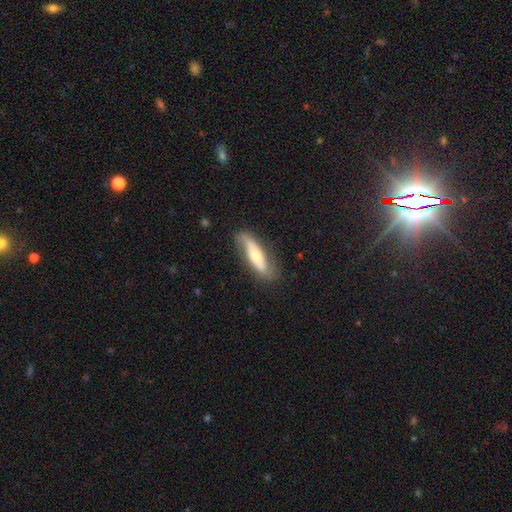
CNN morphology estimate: The model was most divided on "edge-on disk": no: 58%, yes: 42%. More confident: merging — none (76%); smooth or featured — featured or disk (57%).